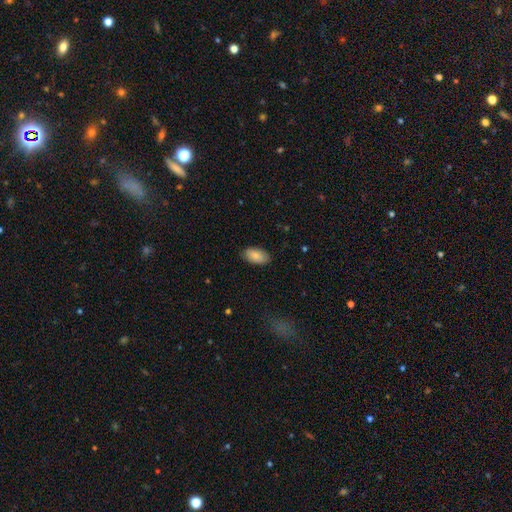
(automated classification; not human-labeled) A smooth galaxy with no disk features (83%) that is in between round and cigar-shaped (94%).

Vote fractions:
- Smooth or featured? smooth: 83% / featured or disk: 10% / star or artifact: 6%
- How rounded? in between: 94% / round: 3% / cigar-shaped: 2%
- Merging? none: 85% / minor disturbance: 12% / major disturbance: 2% / merger: 1%